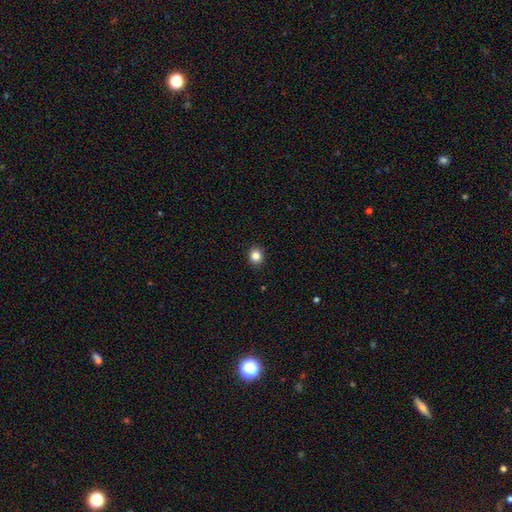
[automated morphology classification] Q: Smooth or featured?
A: smooth (84%); runner-up: star or artifact (11%)
Q: How rounded?
A: round (81%); runner-up: in between (18%)
Q: Merging?
A: none (91%); runner-up: minor disturbance (6%)